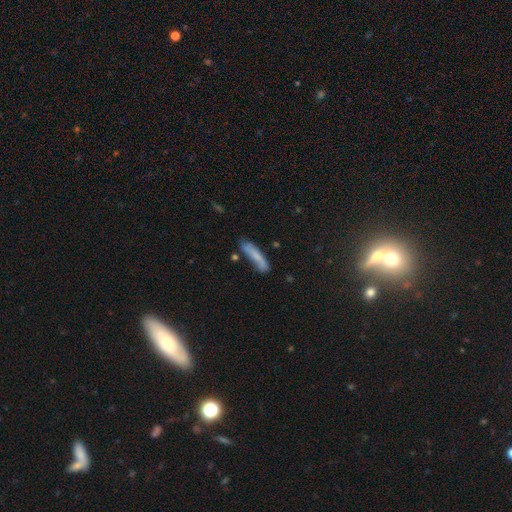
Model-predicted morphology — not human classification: type=smooth (70%); roundness=cigar-shaped (83%); merging=none (59%).